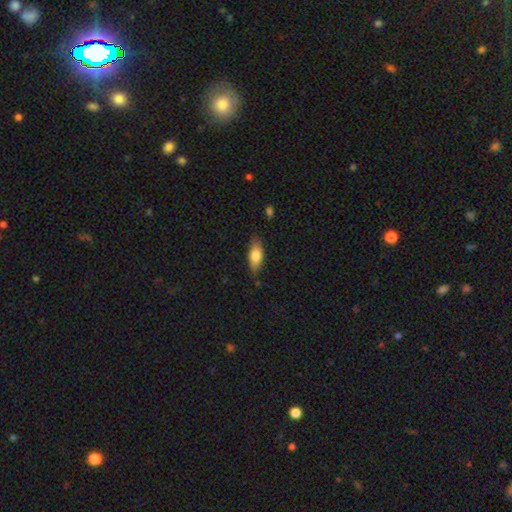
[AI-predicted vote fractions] This appears to be a smooth galaxy with no disk features (76%) that is in between round and cigar-shaped (76%). Merging: none (79%).